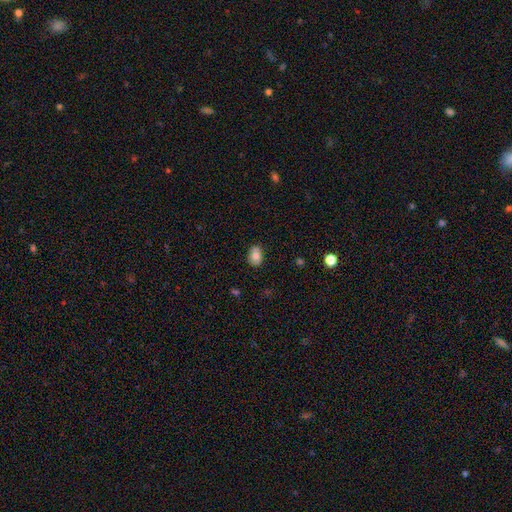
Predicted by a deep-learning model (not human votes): smooth_or_featured: smooth (p=0.76) [alt: featured or disk p=0.15]
how_rounded: in between (p=0.69) [alt: round p=0.30]
merging: none (p=0.77) [alt: minor disturbance p=0.17]